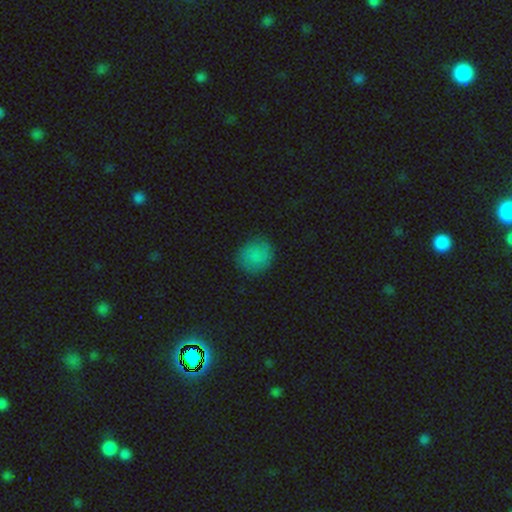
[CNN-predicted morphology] The model was most divided on "how rounded": round: 83%, in between: 16%, cigar-shaped: 1%. More confident: merging — none (82%); smooth or featured — smooth (80%).